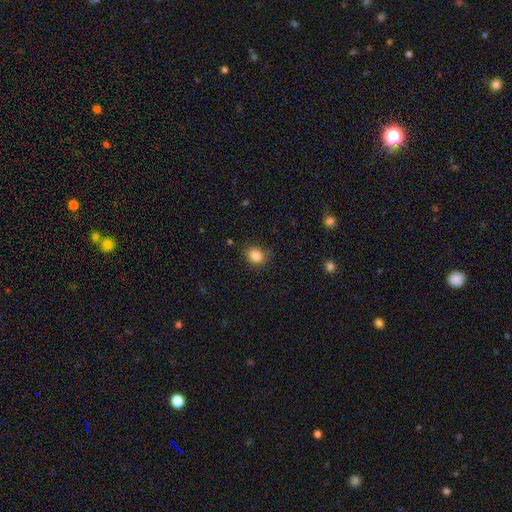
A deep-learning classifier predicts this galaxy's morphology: type=smooth (85%); roundness=round (69%); merging=none (81%).